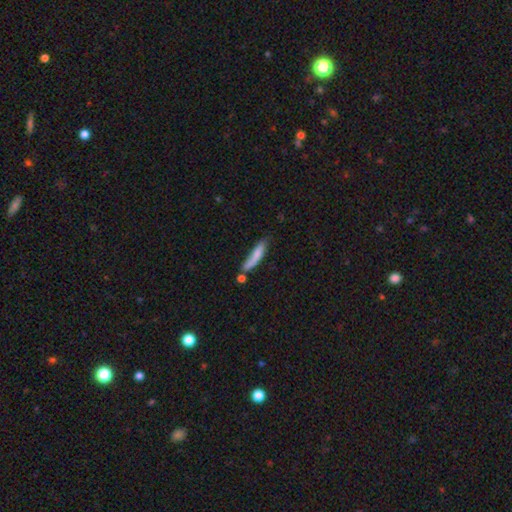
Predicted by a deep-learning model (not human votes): smooth 73%, featured or disk 20%, star or artifact 7%. Down the decision tree: how rounded — cigar-shaped (81%); merging — none (47%).